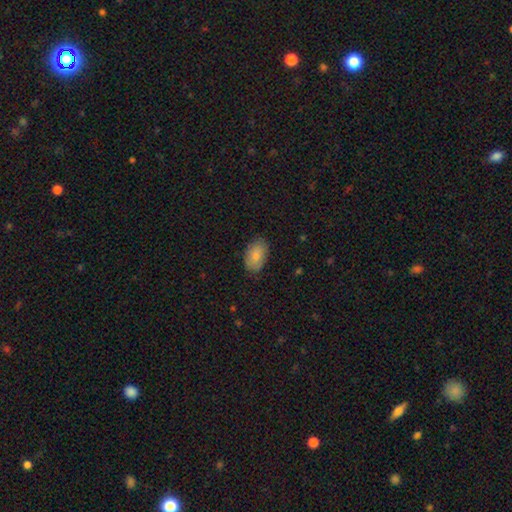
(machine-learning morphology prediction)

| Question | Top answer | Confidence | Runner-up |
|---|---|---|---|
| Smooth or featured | smooth | 82% | featured or disk (11%) |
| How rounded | in between | 90% | round (8%) |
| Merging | none | 82% | minor disturbance (14%) |